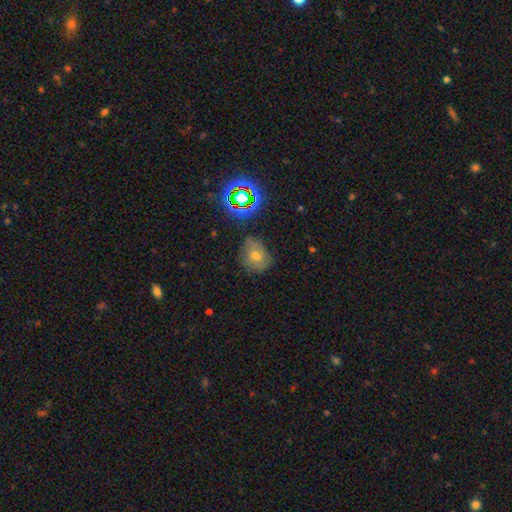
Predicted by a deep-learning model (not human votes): smooth_or_featured: smooth (p=0.63) [alt: star or artifact p=0.19]
how_rounded: round (p=0.59) [alt: in between p=0.40]
merging: none (p=0.59) [alt: minor disturbance p=0.26]